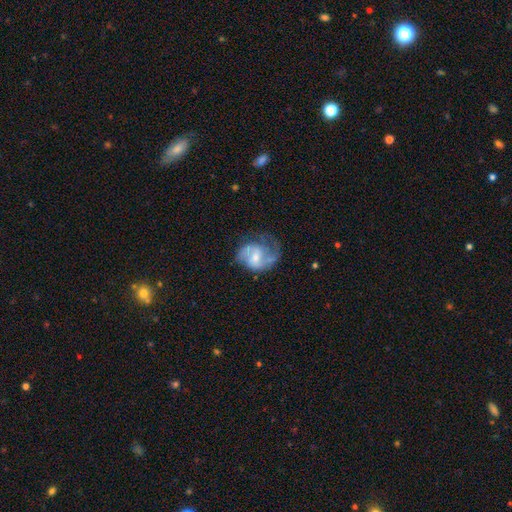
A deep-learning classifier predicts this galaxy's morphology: Smooth or featured: featured or disk — 75% (smooth — 18%)
Edge-on disk: no — 98% (yes — 2%)
Bar: weak — 50% (no — 36%)
Spiral arms: yes — 90% (no — 10%)
Spiral winding: medium — 49% (loose — 31%)
Spiral arm count: 2 — 73% (can't tell — 10%)
Bulge size: small — 46% (moderate — 44%)
Merging: none — 51% (minor disturbance — 25%)